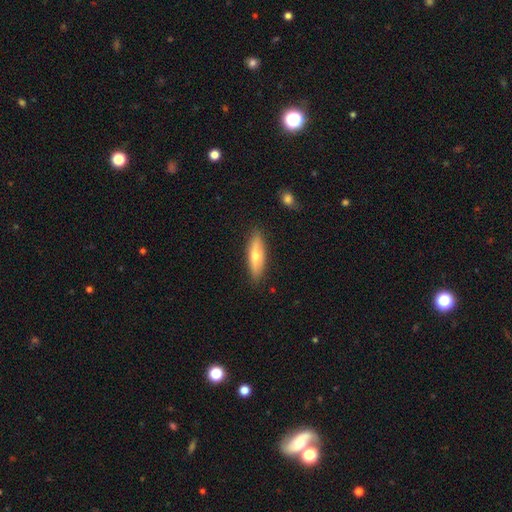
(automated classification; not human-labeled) Overall: smooth (62%; featured or disk 32%). How rounded: cigar-shaped (60%; in between 38%). Merging: none (87%).